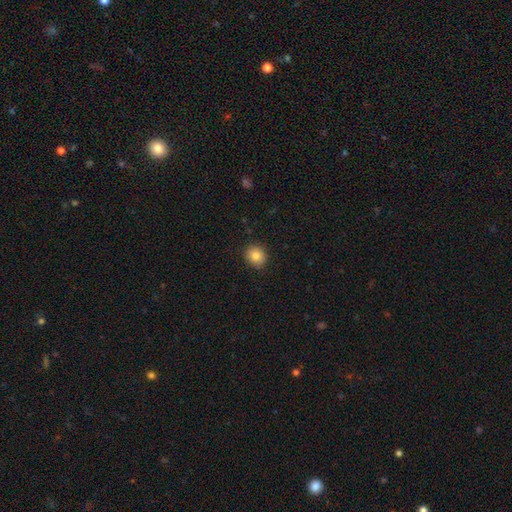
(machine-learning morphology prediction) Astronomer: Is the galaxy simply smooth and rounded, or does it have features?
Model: smooth — 84%.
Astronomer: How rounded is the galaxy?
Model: round — 77%.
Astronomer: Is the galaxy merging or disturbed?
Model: none — 89%.